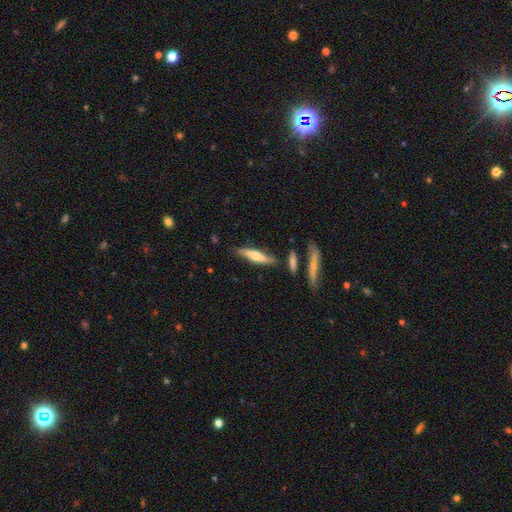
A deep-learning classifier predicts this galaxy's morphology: This is possibly a smooth galaxy (49%). Merging: likely none (78%).